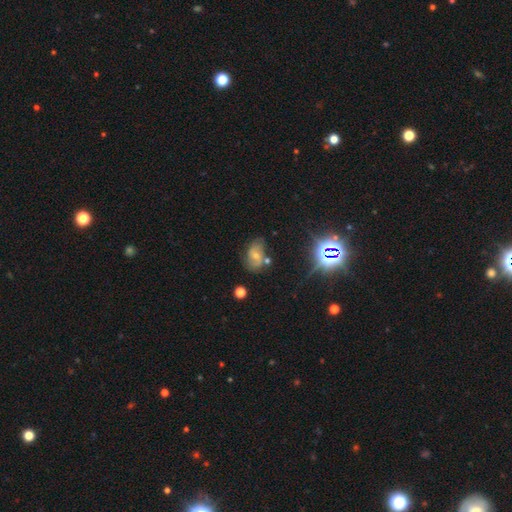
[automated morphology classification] featured or disk 48%, smooth 32%, star or artifact 20%. Down the decision tree: merging — none (54%).